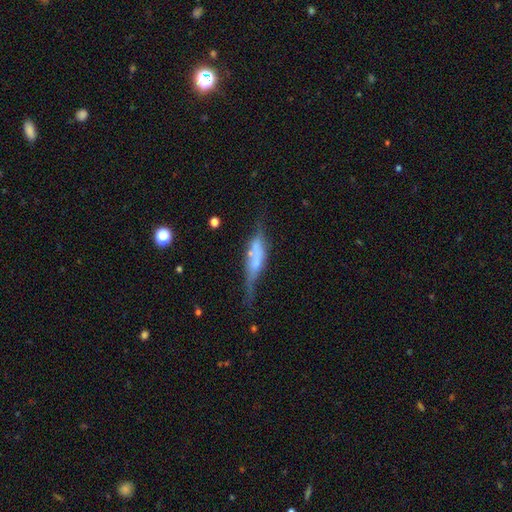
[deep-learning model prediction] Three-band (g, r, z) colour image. It shows a featured or disk galaxy (61%) viewed edge-on (76%). Merging: none (43%).